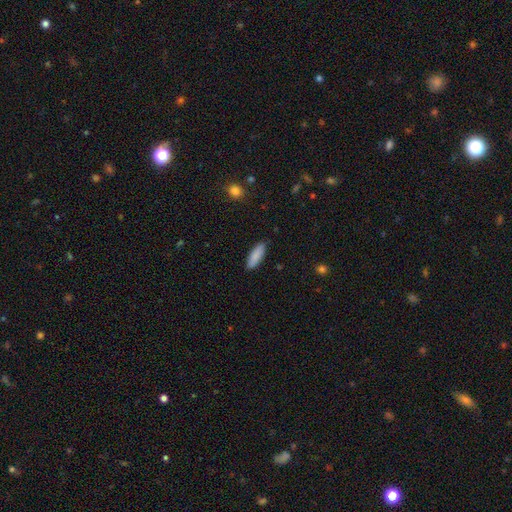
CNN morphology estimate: Smooth or featured: smooth — 88% (featured or disk — 6%)
How rounded: in between — 56% (cigar-shaped — 43%)
Merging: none — 89% (minor disturbance — 9%)